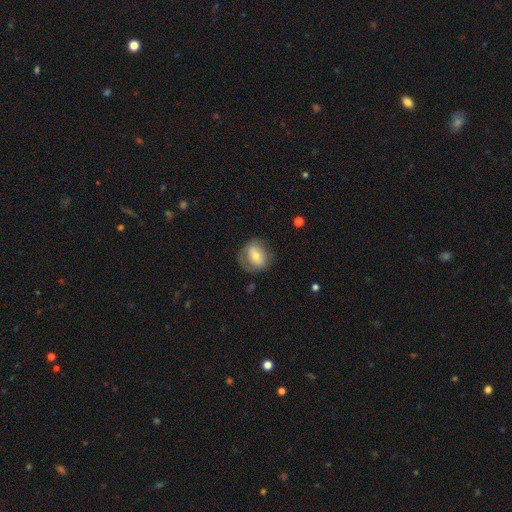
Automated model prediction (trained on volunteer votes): smooth_or_featured: smooth (p=0.57) [alt: featured or disk p=0.36]
how_rounded: round (p=0.58) [alt: in between p=0.40]
merging: none (p=0.68) [alt: minor disturbance p=0.20]